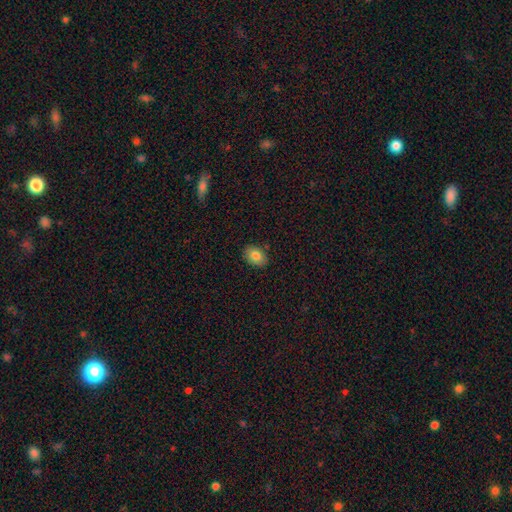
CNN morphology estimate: Q: Smooth or featured?
A: smooth (82%); runner-up: featured or disk (9%)
Q: How rounded?
A: in between (79%); runner-up: round (20%)
Q: Merging?
A: none (87%); runner-up: minor disturbance (10%)